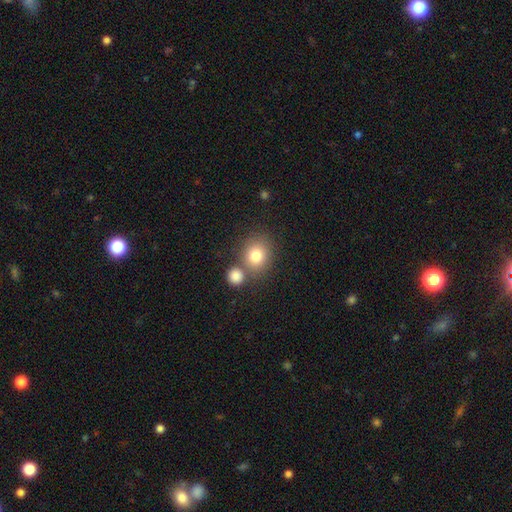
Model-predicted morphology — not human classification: Smooth or featured?
  - smooth: 79% *
  - star or artifact: 11%
  - featured or disk: 10%
How rounded?
  - round: 76% *
  - in between: 24%
  - cigar-shaped: 1%
Merging?
  - none: 61% *
  - merger: 25%
  - minor disturbance: 10%
  - major disturbance: 4%